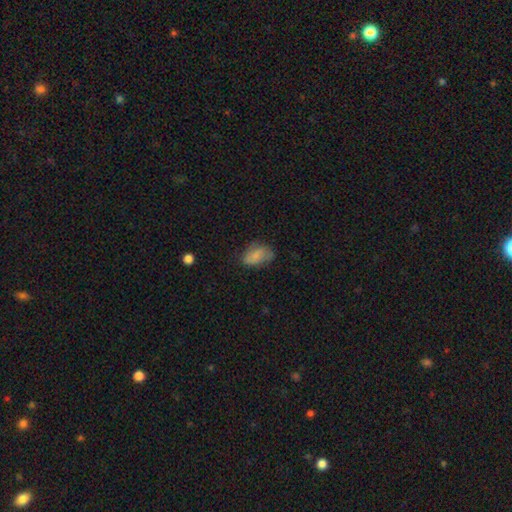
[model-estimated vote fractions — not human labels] This appears to be a smooth galaxy with no disk features (73%) that is in between round and cigar-shaped (90%). Merging: none (59%).